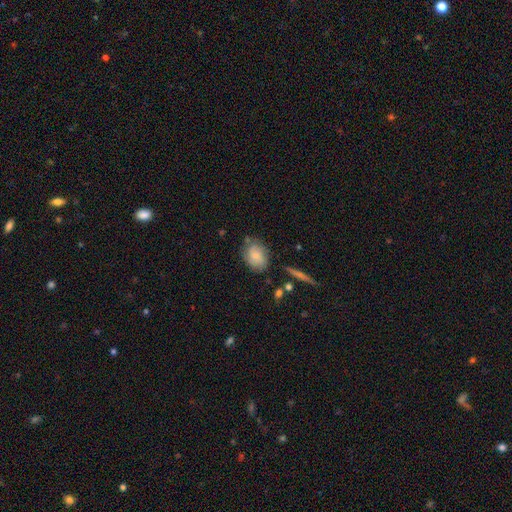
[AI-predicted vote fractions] A smooth galaxy with no disk features (66%) that is in between round and cigar-shaped (68%). Merging: none (66%).